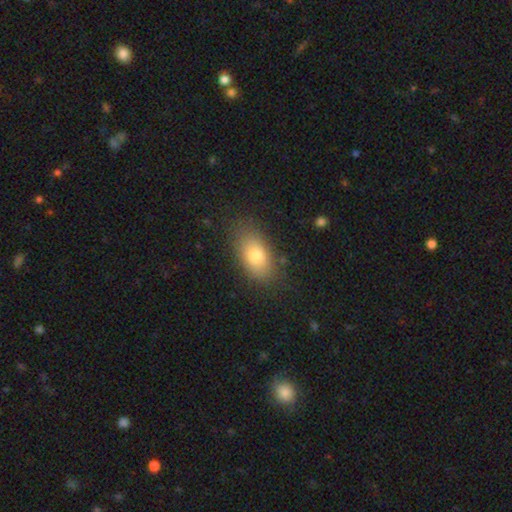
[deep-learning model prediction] Smooth or featured?
  - smooth: 78% *
  - featured or disk: 13%
  - star or artifact: 8%
How rounded?
  - in between: 89% *
  - round: 8%
  - cigar-shaped: 3%
Merging?
  - none: 79% *
  - minor disturbance: 14%
  - major disturbance: 5%
  - merger: 2%